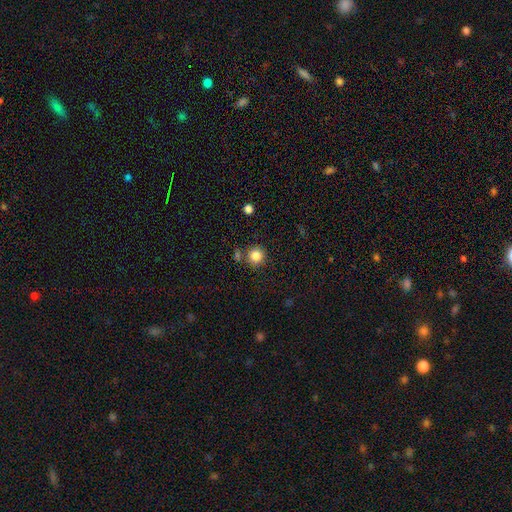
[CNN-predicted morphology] smooth-or-featured: smooth: 84% | star or artifact: 11% | featured or disk: 5%
  how-rounded: round: 92% | in between: 7% | cigar-shaped: 1%
  merging: none: 79% | minor disturbance: 9% | merger: 9% | major disturbance: 3%